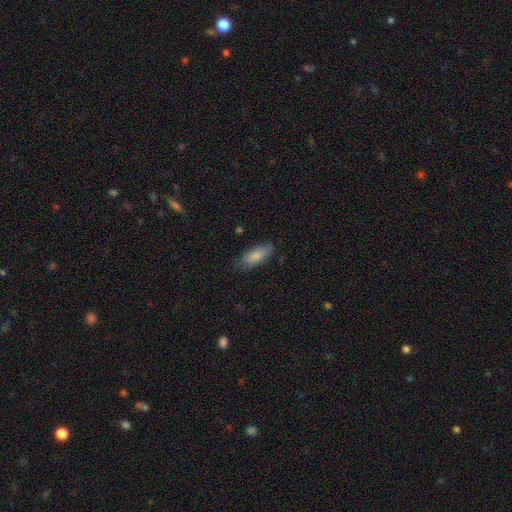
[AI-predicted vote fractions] This is clearly a smooth galaxy (80%). How rounded: likely in between (76%). Merging: likely none (75%).